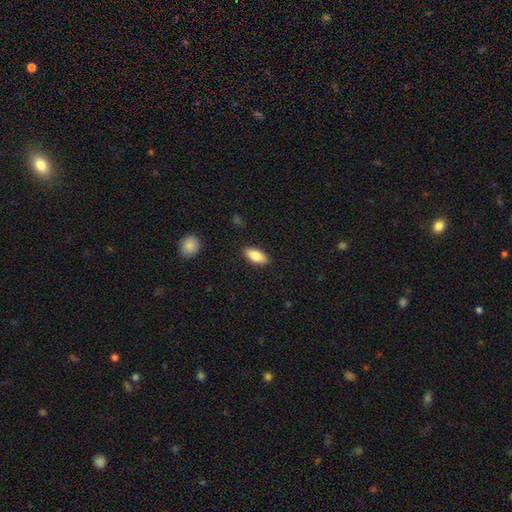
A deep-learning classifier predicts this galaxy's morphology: Q: Smooth or featured?
A: smooth (81%); runner-up: featured or disk (12%)
Q: How rounded?
A: in between (86%); runner-up: cigar-shaped (12%)
Q: Merging?
A: none (89%); runner-up: minor disturbance (8%)